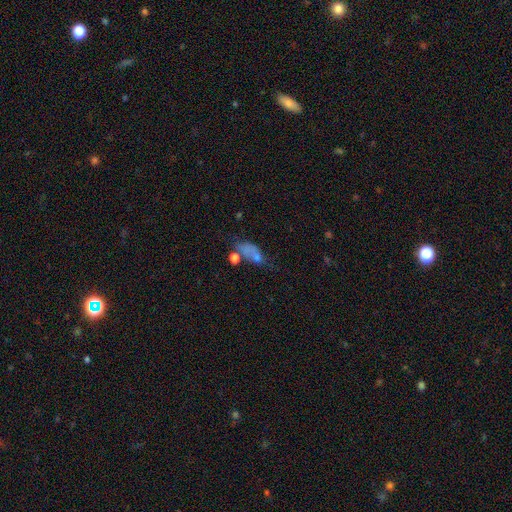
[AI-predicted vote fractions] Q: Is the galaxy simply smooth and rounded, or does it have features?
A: smooth — 46%.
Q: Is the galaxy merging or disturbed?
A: none — 34%.